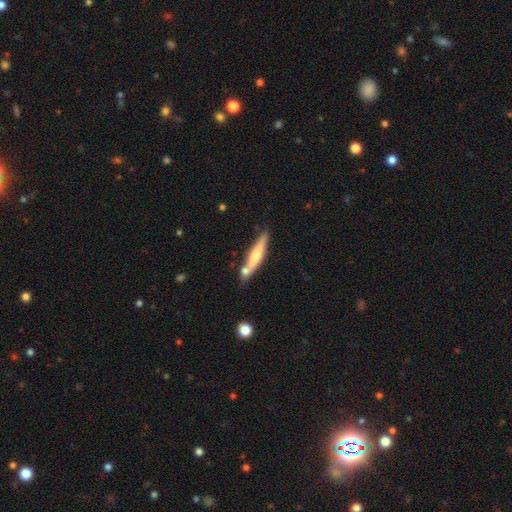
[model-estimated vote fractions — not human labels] smooth_or_featured: smooth (p=0.52) [alt: featured or disk p=0.43]
how_rounded: cigar-shaped (p=0.89) [alt: in between p=0.09]
merging: none (p=0.68) [alt: merger p=0.15]